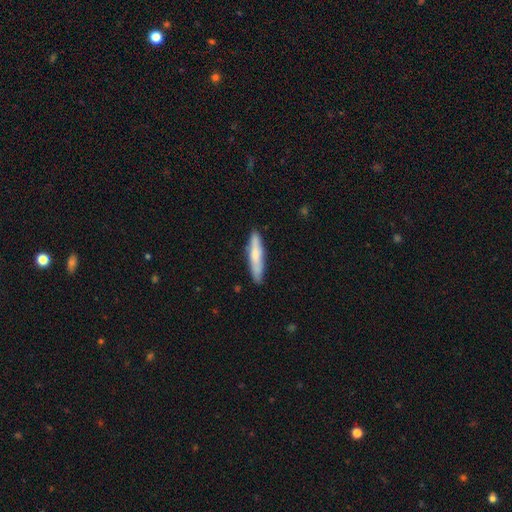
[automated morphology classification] Smooth or featured: smooth — 71% (featured or disk — 24%)
How rounded: cigar-shaped — 85% (in between — 14%)
Merging: none — 84% (minor disturbance — 12%)